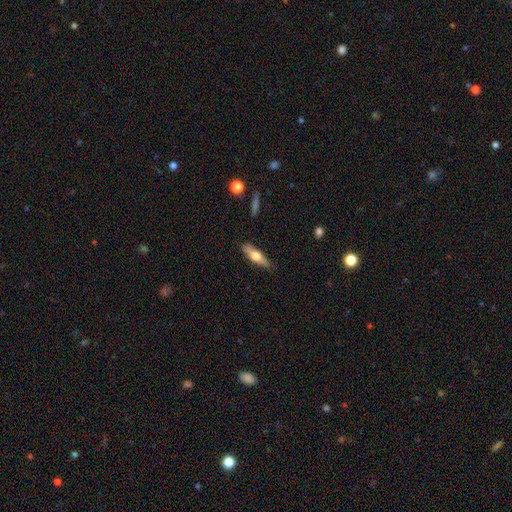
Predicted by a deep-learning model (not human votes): Overall: smooth (49%; featured or disk 45%). Merging: none (84%).